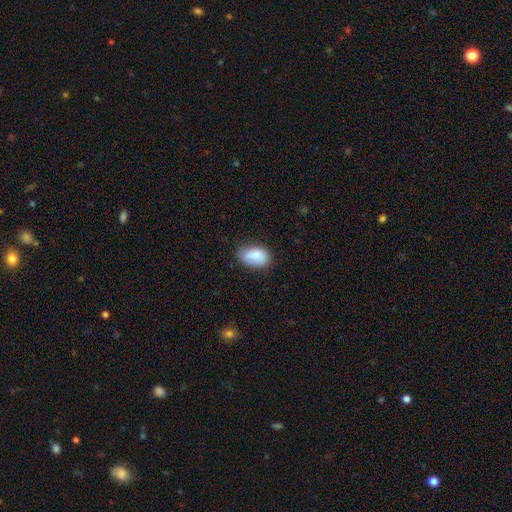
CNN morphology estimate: Smooth or featured?
  - smooth: 84% *
  - featured or disk: 9%
  - star or artifact: 7%
How rounded?
  - in between: 89% *
  - round: 10%
  - cigar-shaped: 2%
Merging?
  - none: 66% *
  - minor disturbance: 27%
  - major disturbance: 6%
  - merger: 2%